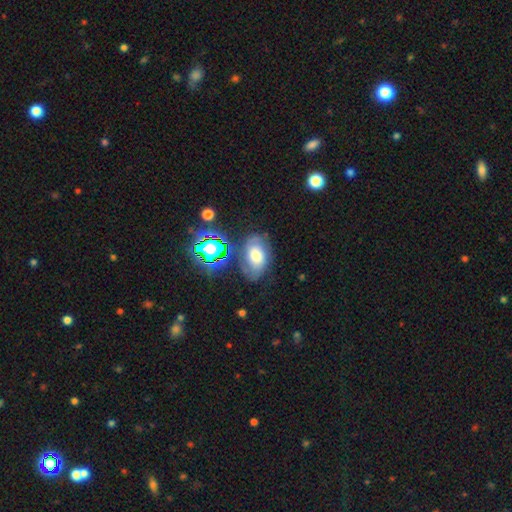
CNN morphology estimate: A smooth galaxy with no disk features (44%). Merging: none (66%).